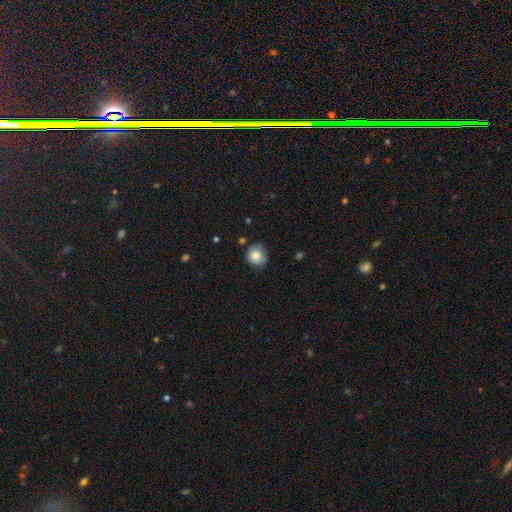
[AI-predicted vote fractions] This is likely a smooth galaxy (80%). How rounded: likely round (79%). Merging: likely none (64%).